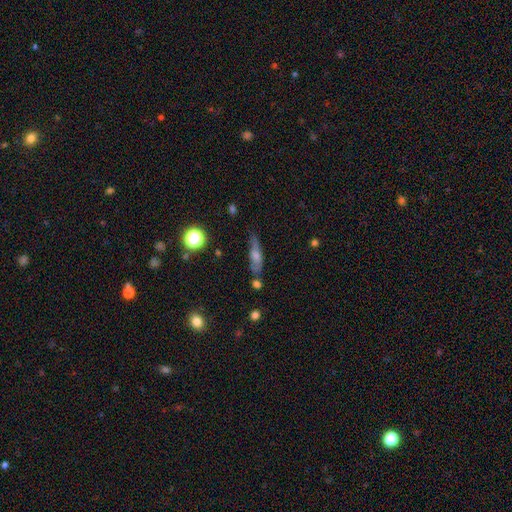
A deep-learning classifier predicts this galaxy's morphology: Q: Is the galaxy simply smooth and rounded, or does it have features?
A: featured or disk — 50%.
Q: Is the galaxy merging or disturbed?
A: none — 66%.